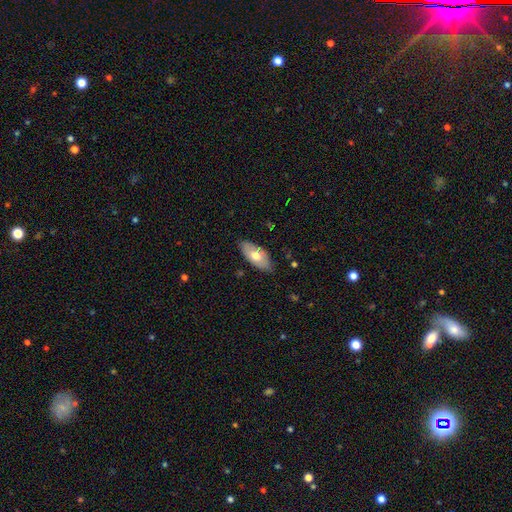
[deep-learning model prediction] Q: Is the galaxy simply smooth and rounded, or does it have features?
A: smooth — 63%.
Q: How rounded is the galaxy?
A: in between — 91%.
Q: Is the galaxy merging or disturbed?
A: none — 81%.